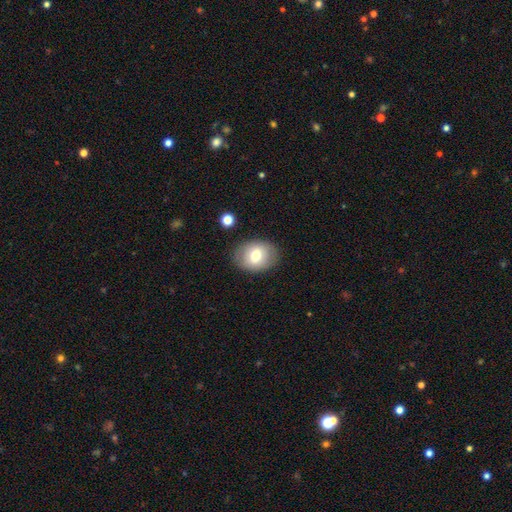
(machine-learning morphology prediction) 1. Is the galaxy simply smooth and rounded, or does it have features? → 72% smooth, 20% featured or disk, 8% star or artifact.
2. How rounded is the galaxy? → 60% in between, 39% round, 1% cigar-shaped.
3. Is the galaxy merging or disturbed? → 84% none, 11% minor disturbance, 3% major disturbance, 2% merger.